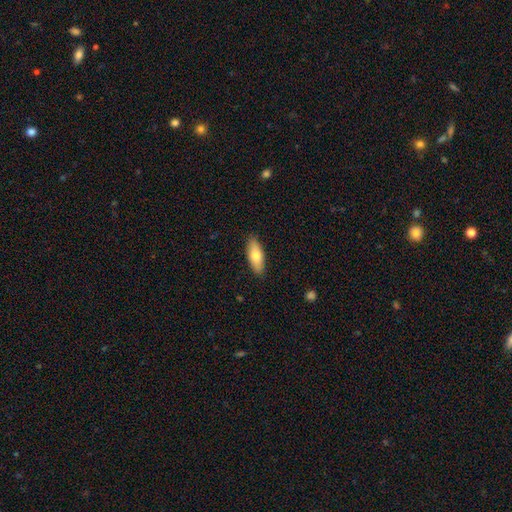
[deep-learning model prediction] Smooth or featured: smooth — 73% (featured or disk — 21%)
How rounded: in between — 76% (cigar-shaped — 22%)
Merging: none — 88% (minor disturbance — 9%)